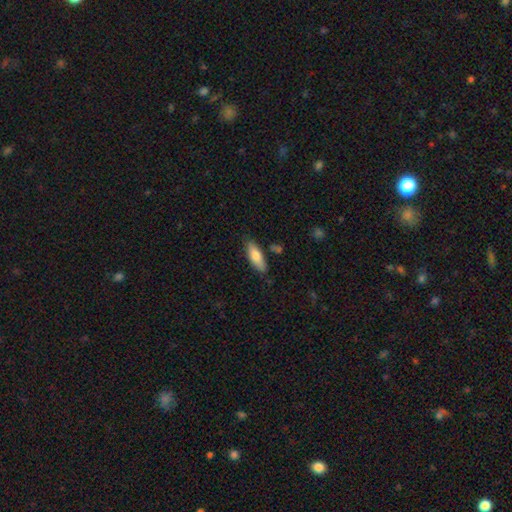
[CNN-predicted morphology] Smooth or featured? Predicted: smooth (p=0.77). How rounded? Predicted: in between (p=0.58). Merging? Predicted: none (p=0.79).